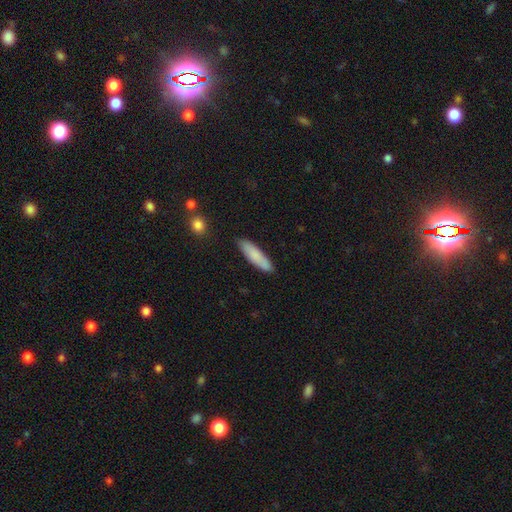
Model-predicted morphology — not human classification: Smooth or featured?
  - smooth: 81% *
  - featured or disk: 13%
  - star or artifact: 6%
How rounded?
  - cigar-shaped: 69% *
  - in between: 30%
  - round: 1%
Merging?
  - none: 84% *
  - minor disturbance: 12%
  - major disturbance: 2%
  - merger: 2%